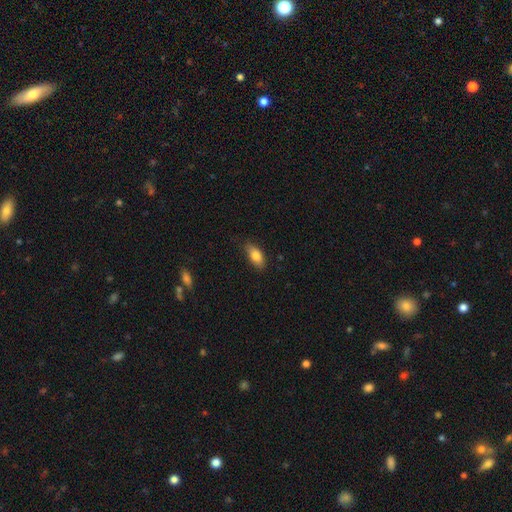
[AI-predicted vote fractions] Smooth or featured?
  - smooth: 82% *
  - featured or disk: 11%
  - star or artifact: 7%
How rounded?
  - in between: 86% *
  - cigar-shaped: 11%
  - round: 3%
Merging?
  - none: 82% *
  - minor disturbance: 14%
  - major disturbance: 2%
  - merger: 1%